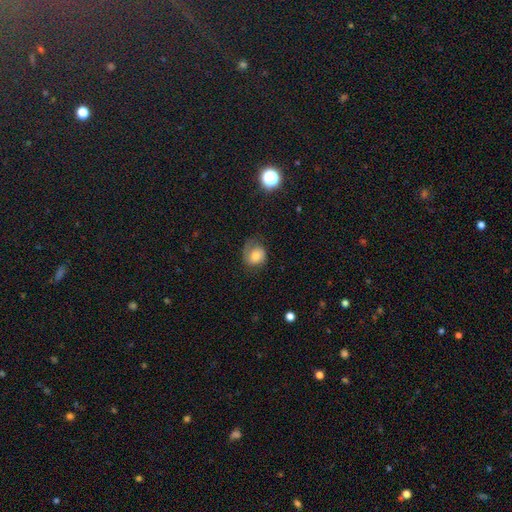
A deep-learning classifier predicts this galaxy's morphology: Smooth or featured?
  - smooth: 60% *
  - featured or disk: 30%
  - star or artifact: 10%
How rounded?
  - round: 65% *
  - in between: 34%
  - cigar-shaped: 1%
Merging?
  - none: 54% *
  - minor disturbance: 27%
  - major disturbance: 18%
  - merger: 2%